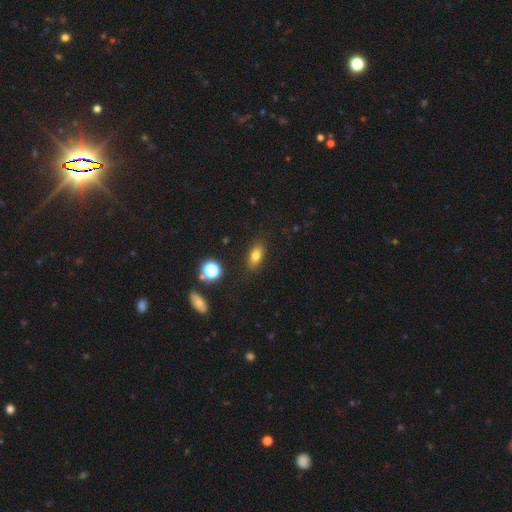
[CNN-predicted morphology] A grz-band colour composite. It shows a smooth galaxy with no disk features (76%) that is in between round and cigar-shaped (80%). Merging: none (85%).